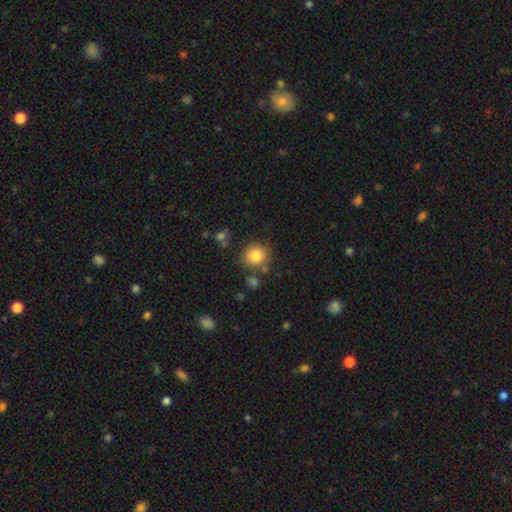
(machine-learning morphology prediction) Q: Smooth or featured?
A: smooth (83%); runner-up: star or artifact (10%)
Q: How rounded?
A: round (89%); runner-up: in between (10%)
Q: Merging?
A: none (80%); runner-up: minor disturbance (10%)